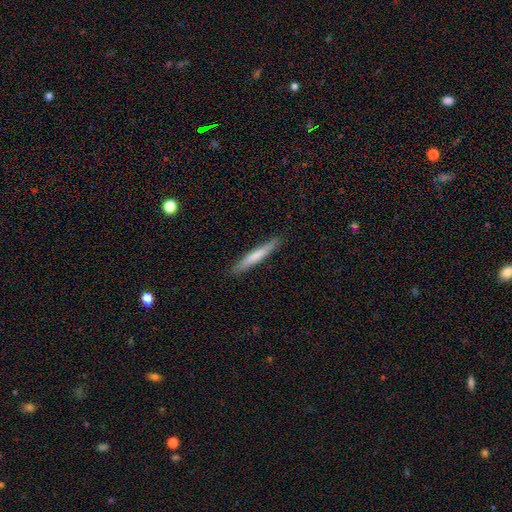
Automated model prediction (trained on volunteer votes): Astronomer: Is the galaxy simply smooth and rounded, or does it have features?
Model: smooth — 66%.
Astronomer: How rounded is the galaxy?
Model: cigar-shaped — 96%.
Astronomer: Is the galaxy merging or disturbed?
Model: none — 89%.